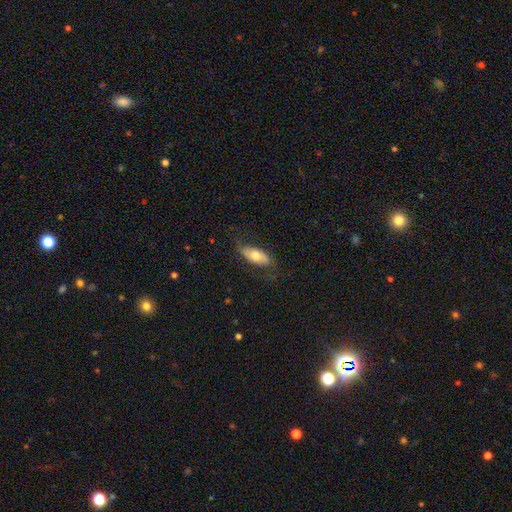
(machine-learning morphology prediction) Smooth or featured: smooth — 60% (featured or disk — 34%)
How rounded: in between — 81% (cigar-shaped — 16%)
Merging: none — 69% (minor disturbance — 21%)